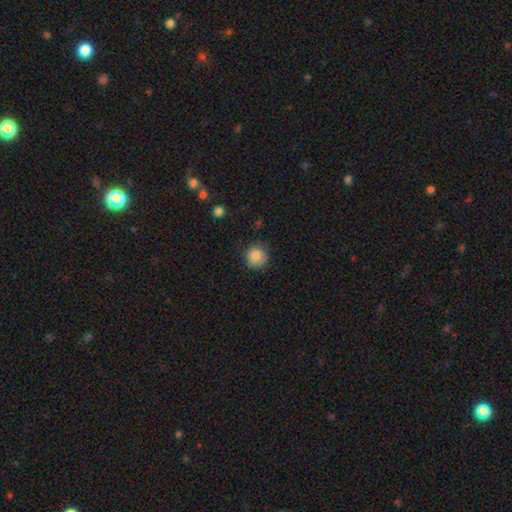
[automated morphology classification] The model was most divided on "merging": none: 84%, minor disturbance: 12%, major disturbance: 3%, merger: 1%. More confident: how rounded — round (93%); smooth or featured — smooth (86%).